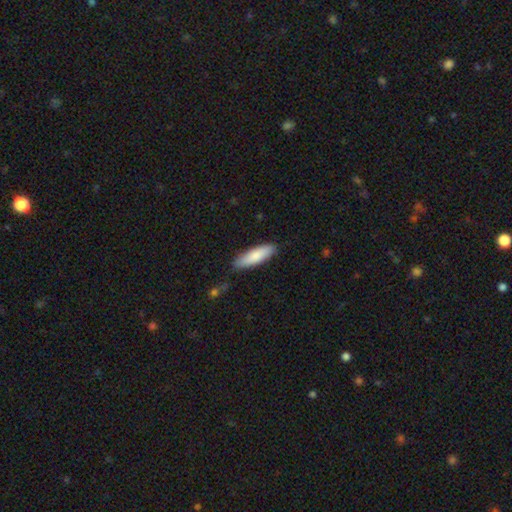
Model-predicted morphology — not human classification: type=smooth (82%); roundness=cigar-shaped (59%); merging=none (85%).